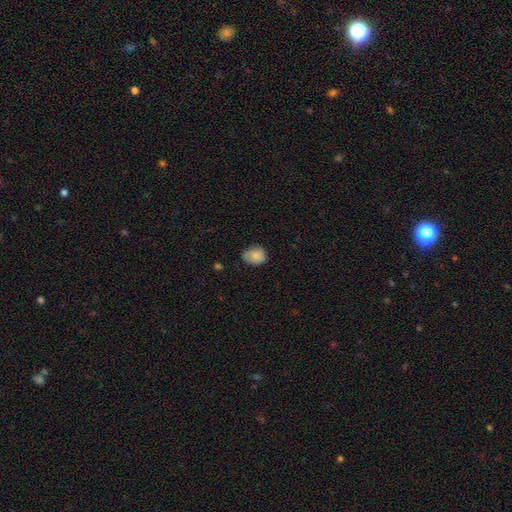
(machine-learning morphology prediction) This appears to be a smooth galaxy with no disk features (83%) that is round (55%). Merging: none (66%).